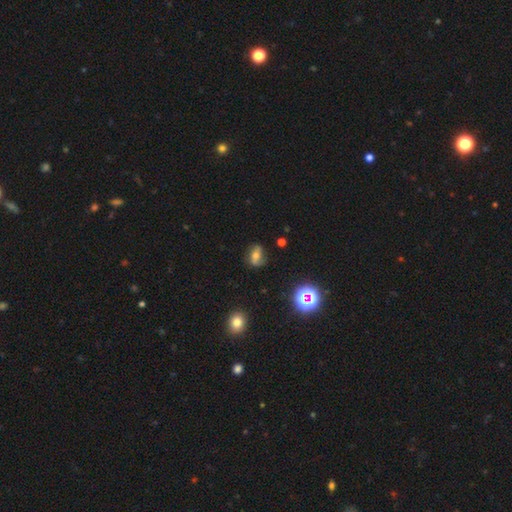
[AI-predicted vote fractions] The model was most divided on "smooth or featured": smooth: 43%, featured or disk: 38%, star or artifact: 19%. More confident: merging — none (68%).